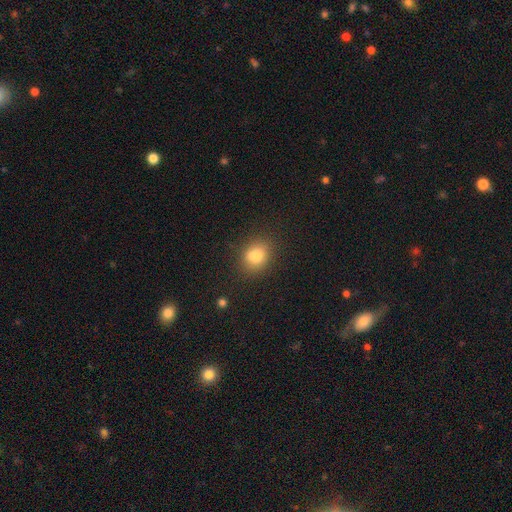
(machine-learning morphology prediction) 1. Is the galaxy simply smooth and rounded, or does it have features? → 80% smooth, 11% star or artifact, 8% featured or disk.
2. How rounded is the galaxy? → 52% in between, 46% round, 1% cigar-shaped.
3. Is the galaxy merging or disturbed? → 72% none, 16% minor disturbance, 7% merger, 5% major disturbance.